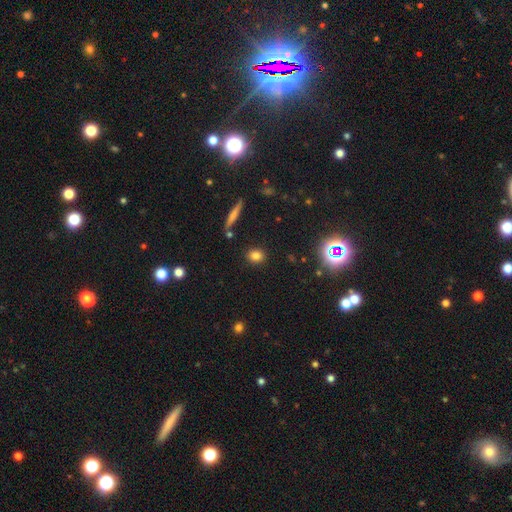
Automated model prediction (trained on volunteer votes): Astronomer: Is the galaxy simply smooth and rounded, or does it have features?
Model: smooth — 80%.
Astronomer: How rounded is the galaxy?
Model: round — 56% (runner-up: in between, 41%).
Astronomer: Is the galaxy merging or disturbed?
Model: none — 87%.